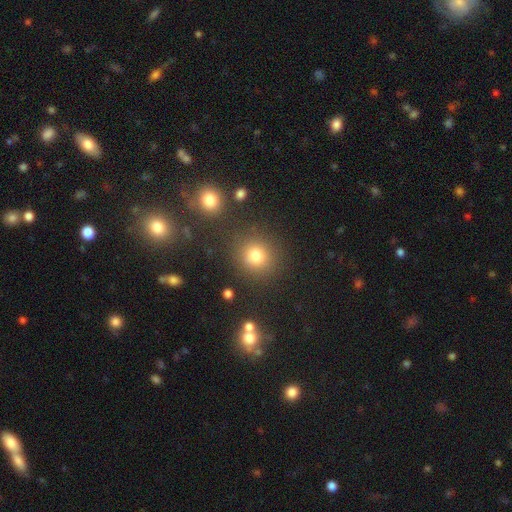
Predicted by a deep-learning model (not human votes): This is likely a smooth galaxy (77%). How rounded: clearly round (87%). Merging: clearly none (83%).